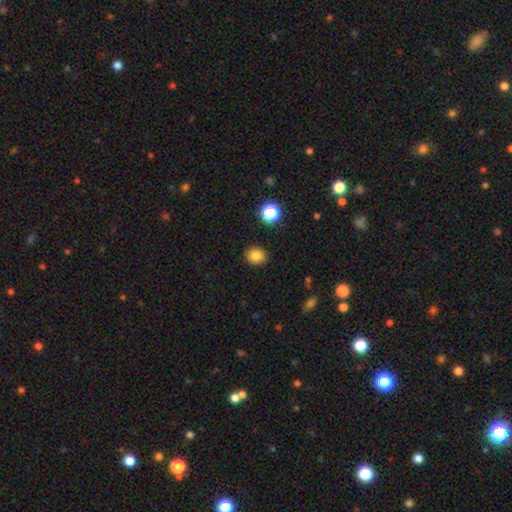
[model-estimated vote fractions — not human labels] The model was most divided on "how rounded": round: 72%, in between: 28%, cigar-shaped: 1%. More confident: merging — none (89%); smooth or featured — smooth (82%).